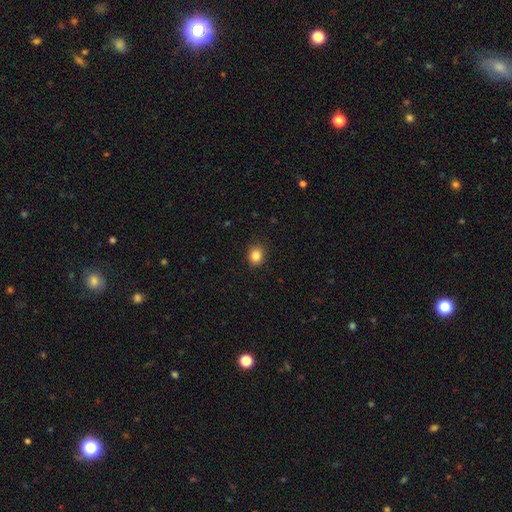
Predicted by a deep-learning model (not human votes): Overall: smooth (85%). How rounded: round (74%). Merging: none (89%).